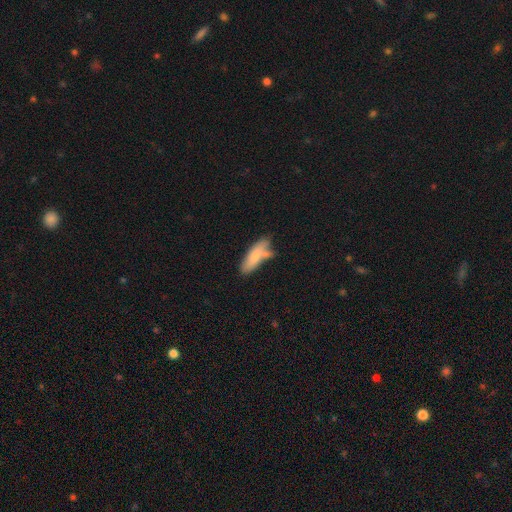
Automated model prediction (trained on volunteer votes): Smooth or featured?
  - smooth: 75% *
  - featured or disk: 18%
  - star or artifact: 7%
How rounded?
  - in between: 54% *
  - cigar-shaped: 44%
  - round: 2%
Merging?
  - none: 45% *
  - merger: 25%
  - minor disturbance: 21%
  - major disturbance: 9%